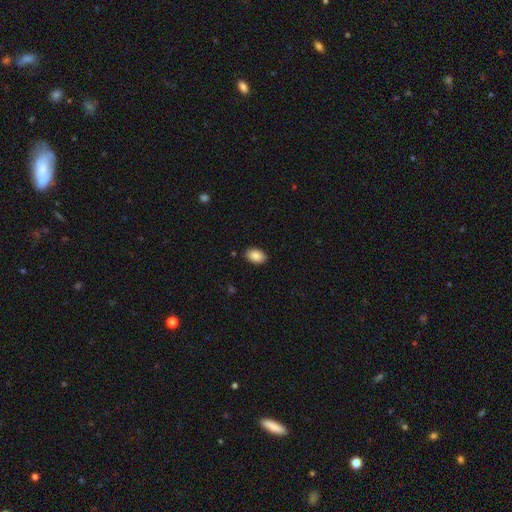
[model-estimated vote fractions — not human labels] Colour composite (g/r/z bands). It shows a smooth galaxy with no disk features (89%) that is in between round and cigar-shaped (89%). Merging: none (89%).